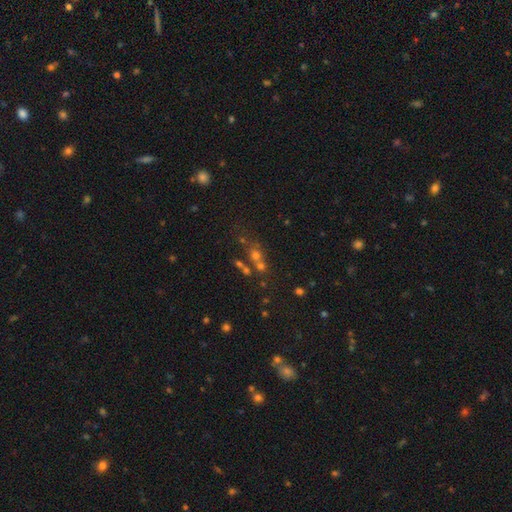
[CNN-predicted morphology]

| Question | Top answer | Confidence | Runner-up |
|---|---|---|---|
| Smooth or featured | smooth | 45% | star or artifact (33%) |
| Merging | none | 44% | merger (39%) |